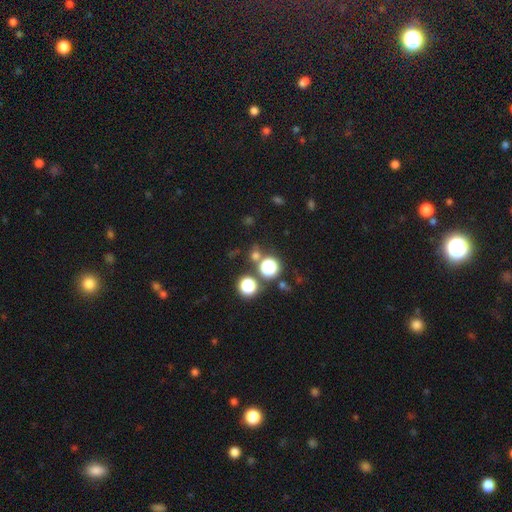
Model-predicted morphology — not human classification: Overall: smooth (54%; star or artifact 38%). How rounded: round (86%). Merging: none (73%).